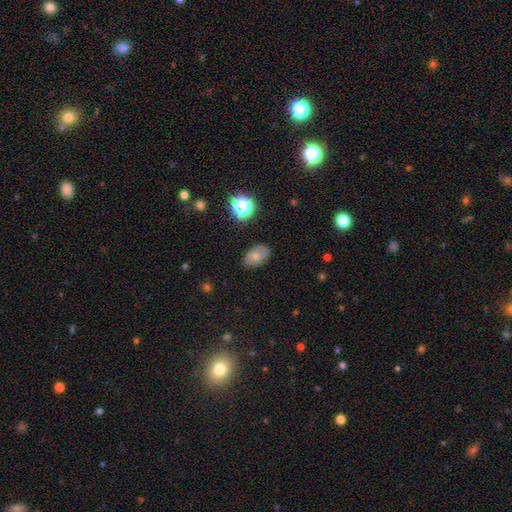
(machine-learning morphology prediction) smooth-or-featured: smooth: 72% | featured or disk: 15% | star or artifact: 12%
  how-rounded: in between: 85% | round: 13% | cigar-shaped: 1%
  merging: none: 80% | minor disturbance: 15% | major disturbance: 4% | merger: 2%